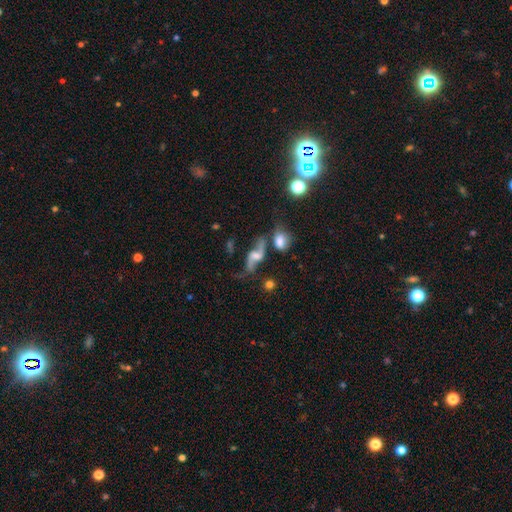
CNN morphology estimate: Smooth or featured? Predicted: featured or disk (p=0.74). Edge-on disk? Predicted: no (p=0.89). Bar? Predicted: no (p=0.45). Spiral arms? Predicted: yes (p=0.91). Spiral winding? Predicted: loose (p=0.86). Spiral arm count? Predicted: 2 (p=0.92). Bulge size? Predicted: moderate (p=0.41). Merging? Predicted: none (p=0.51).